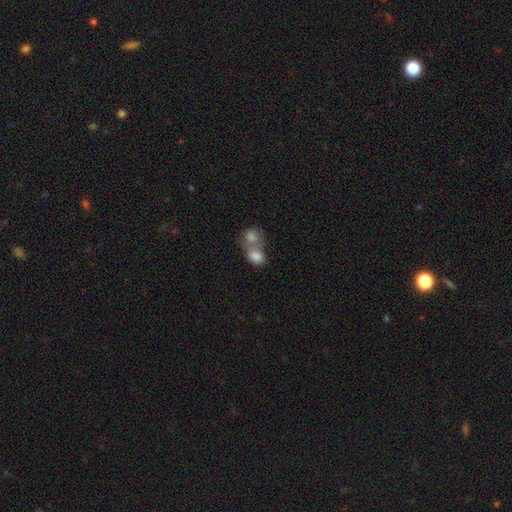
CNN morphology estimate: Smooth or featured?
  - smooth: 82% *
  - featured or disk: 10%
  - star or artifact: 8%
How rounded?
  - in between: 60% *
  - round: 39%
  - cigar-shaped: 1%
Merging?
  - merger: 68% *
  - none: 21%
  - minor disturbance: 7%
  - major disturbance: 4%